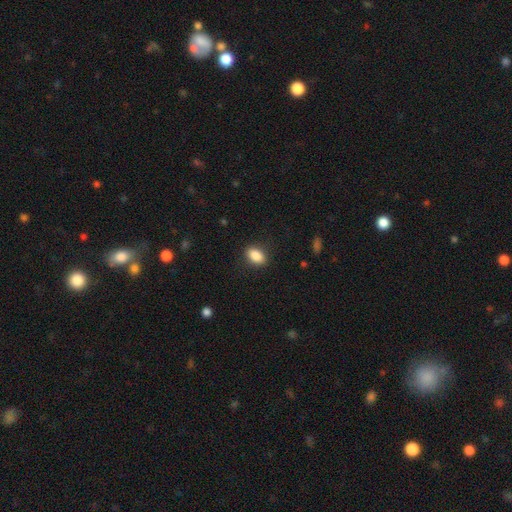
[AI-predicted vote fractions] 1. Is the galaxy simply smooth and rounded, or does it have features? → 87% smooth, 8% star or artifact, 5% featured or disk.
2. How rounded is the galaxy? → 84% in between, 14% round, 2% cigar-shaped.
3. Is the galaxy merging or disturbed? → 87% none, 9% minor disturbance, 3% major disturbance, 1% merger.